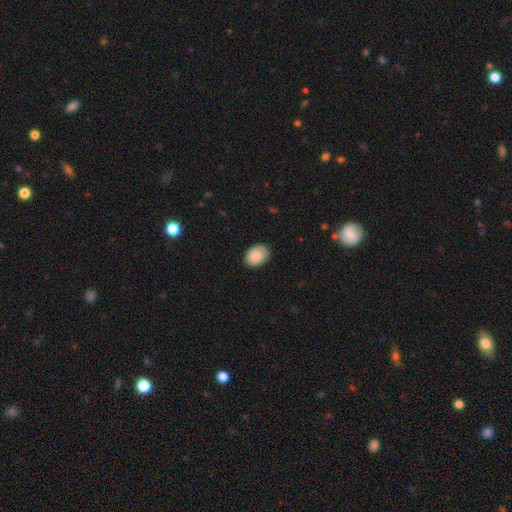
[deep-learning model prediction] The model was most divided on "how rounded": in between: 76%, round: 23%, cigar-shaped: 1%. More confident: smooth or featured — smooth (83%); merging — none (82%).